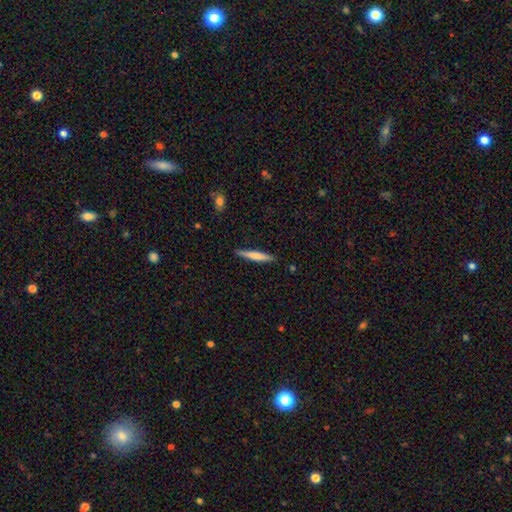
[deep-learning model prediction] smooth_or_featured: smooth (p=0.65) [alt: featured or disk p=0.30]
how_rounded: cigar-shaped (p=0.94) [alt: in between p=0.05]
merging: none (p=0.87) [alt: minor disturbance p=0.10]